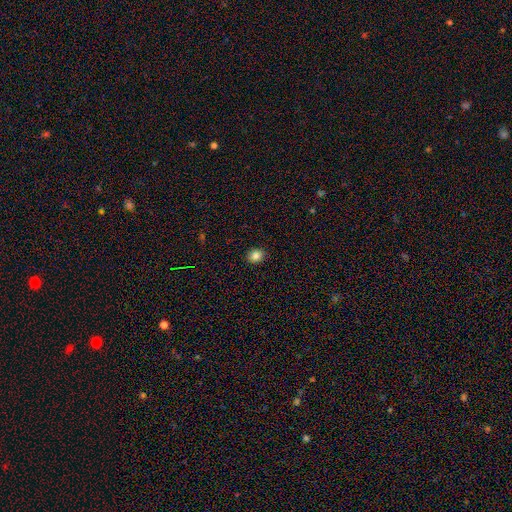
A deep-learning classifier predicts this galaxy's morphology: Smooth or featured? smooth (85%)
How rounded? round (67%)
Merging? none (91%)